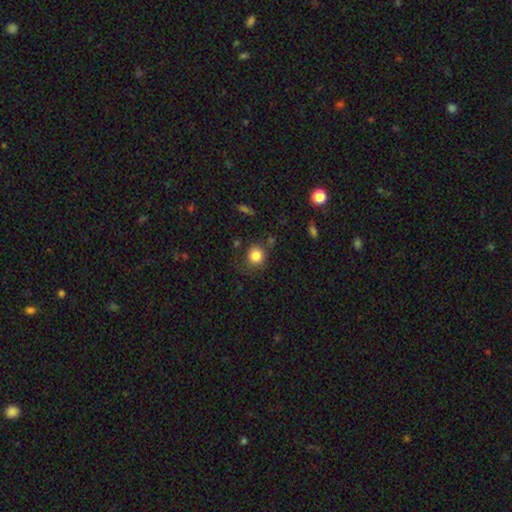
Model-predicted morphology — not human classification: This is clearly a smooth galaxy (83%). How rounded: clearly round (84%). Merging: likely none (74%).